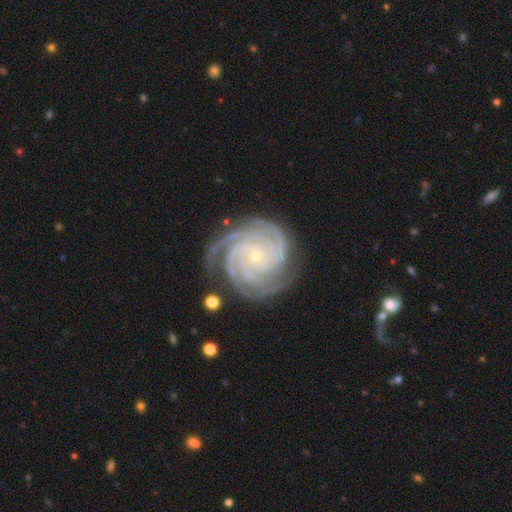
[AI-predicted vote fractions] This is clearly a featured or disk galaxy (92%). It is clearly not viewed edge-on (98%). Bar: likely no (76%). Spiral arm pattern: clearly yes (99%). Spiral arm count: marginally 4 (42%). Spiral winding: clearly tight (85%). Central bulge: clearly small (85%). Merging: clearly none (80%).